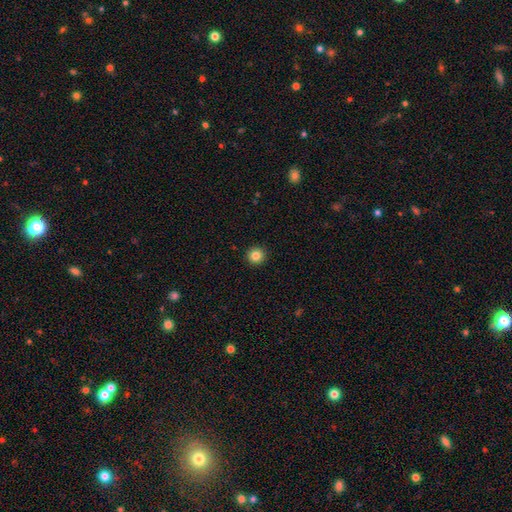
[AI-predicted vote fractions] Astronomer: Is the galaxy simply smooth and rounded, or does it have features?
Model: smooth — 83%.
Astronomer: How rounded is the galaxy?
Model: round — 95%.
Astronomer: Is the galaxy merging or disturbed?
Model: none — 93%.